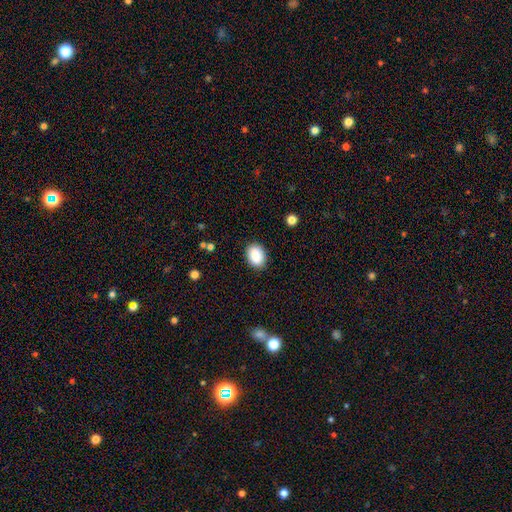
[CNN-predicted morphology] This is clearly a smooth galaxy (89%). How rounded: likely in between (78%). Merging: clearly none (87%).